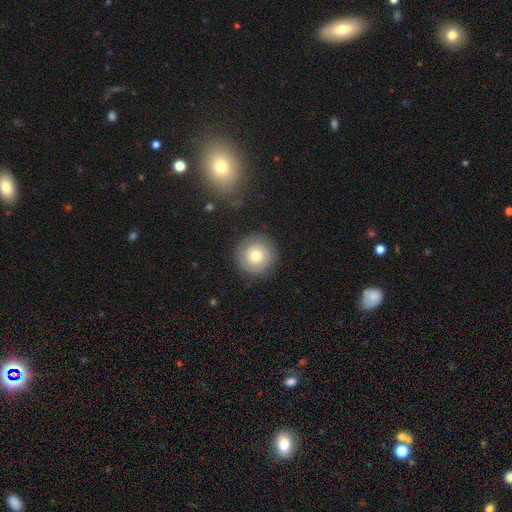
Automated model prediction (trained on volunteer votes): Smooth or featured: smooth — 66% (featured or disk — 25%)
How rounded: round — 96% (in between — 3%)
Merging: none — 86% (minor disturbance — 9%)